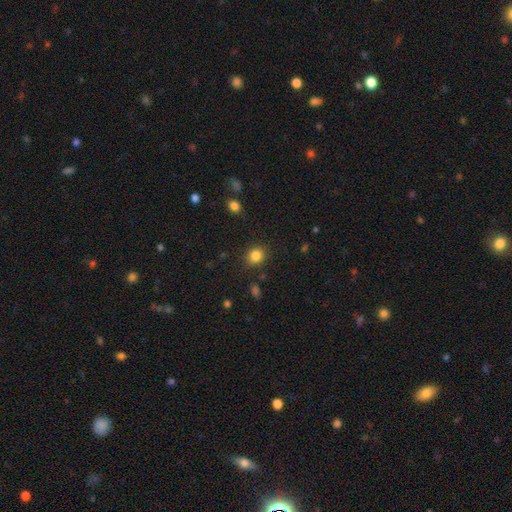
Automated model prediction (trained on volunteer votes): Morphology: type=smooth (84%); roundness=round (74%); merging=none (85%).